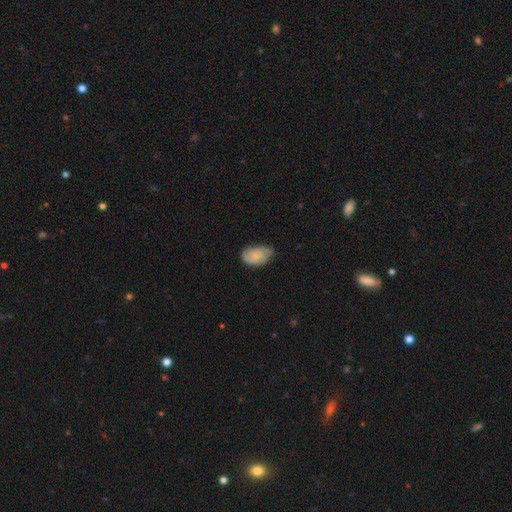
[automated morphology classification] The model was most divided on "merging": none: 57%, minor disturbance: 34%, major disturbance: 7%, merger: 1%. More confident: how rounded — in between (90%); smooth or featured — smooth (59%).